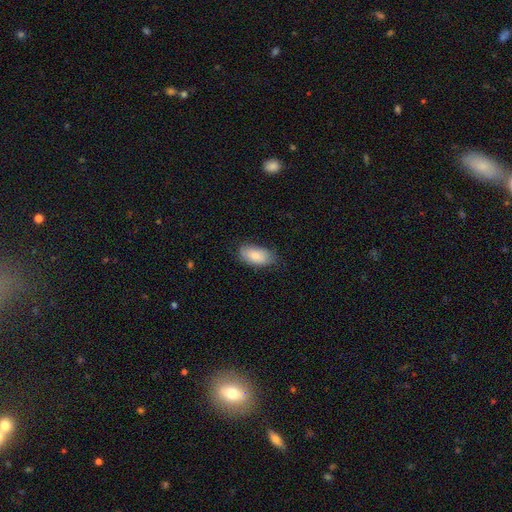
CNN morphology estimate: Smooth or featured? Predicted: smooth (p=0.83). How rounded? Predicted: in between (p=0.93). Merging? Predicted: none (p=0.73).